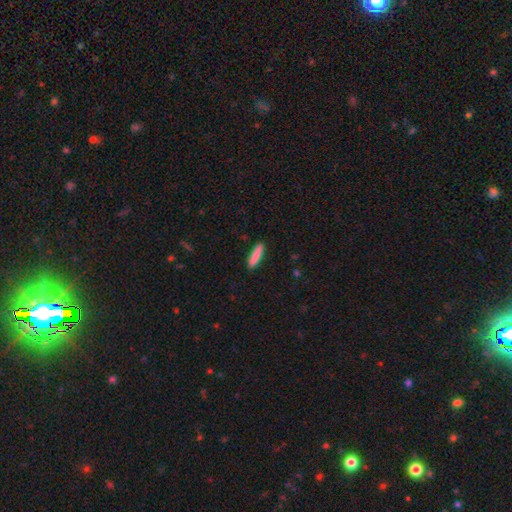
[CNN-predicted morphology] A smooth galaxy with no disk features (87%) that is cigar-shaped (80%).

Vote fractions:
- Smooth or featured? smooth: 87% / featured or disk: 8% / star or artifact: 6%
- How rounded? cigar-shaped: 80% / in between: 18% / round: 1%
- Merging? none: 90% / minor disturbance: 7% / major disturbance: 2% / merger: 1%